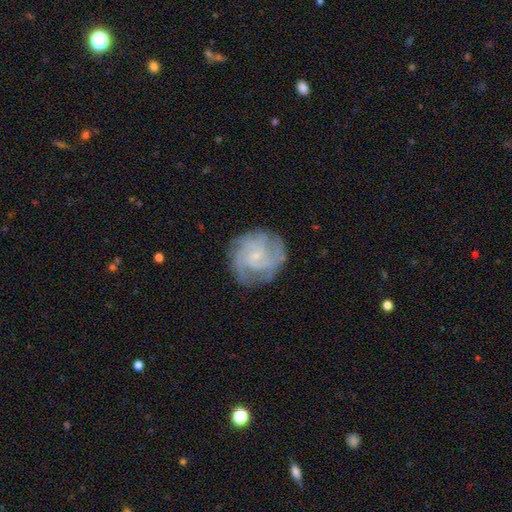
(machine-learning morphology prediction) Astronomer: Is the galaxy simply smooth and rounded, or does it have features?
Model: featured or disk — 82%.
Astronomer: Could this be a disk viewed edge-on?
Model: no — 98%.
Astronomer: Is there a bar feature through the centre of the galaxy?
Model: no — 63%.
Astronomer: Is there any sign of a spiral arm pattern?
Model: yes — 96%.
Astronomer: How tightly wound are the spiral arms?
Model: tight — 58% (runner-up: medium, 35%).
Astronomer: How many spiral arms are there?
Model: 3 — 30% (runner-up: can't tell, 23%).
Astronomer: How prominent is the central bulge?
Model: small — 78%.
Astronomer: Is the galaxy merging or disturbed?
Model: none — 79%.